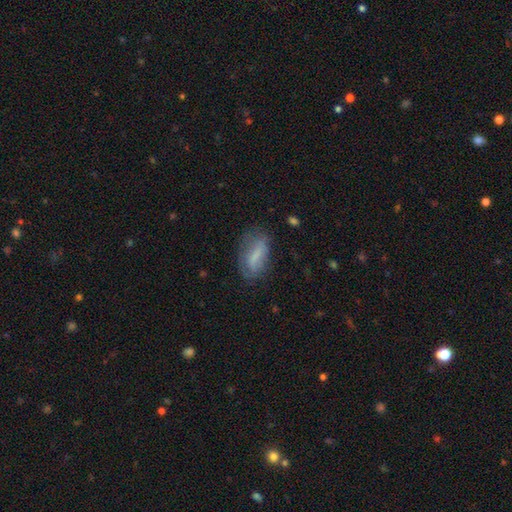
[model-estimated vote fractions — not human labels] This is likely a smooth galaxy (64%). How rounded: likely in between (78%). Merging: likely none (61%).